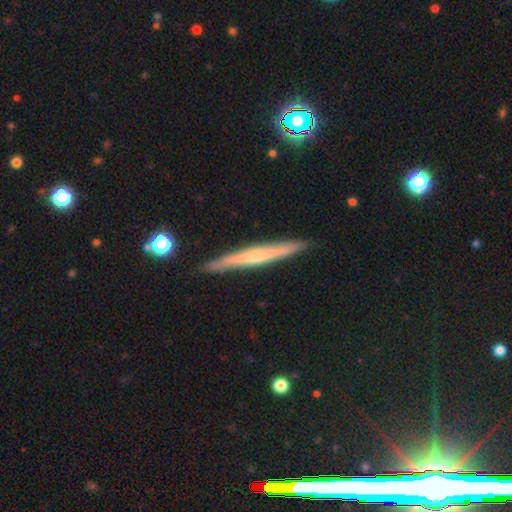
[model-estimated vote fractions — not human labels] The model was most divided on "edge-on bulge": rounded: 50%, none: 42%, boxy: 8%. More confident: edge-on disk — yes (97%); merging — none (90%); smooth or featured — featured or disk (61%).